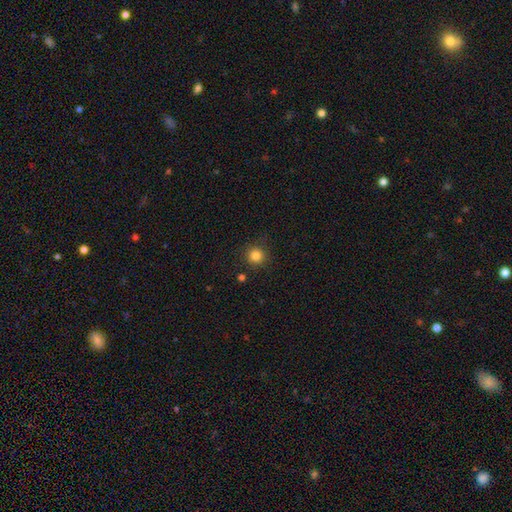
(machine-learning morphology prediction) smooth 84%, star or artifact 12%, featured or disk 4%. Down the decision tree: how rounded — round (94%); merging — none (87%).